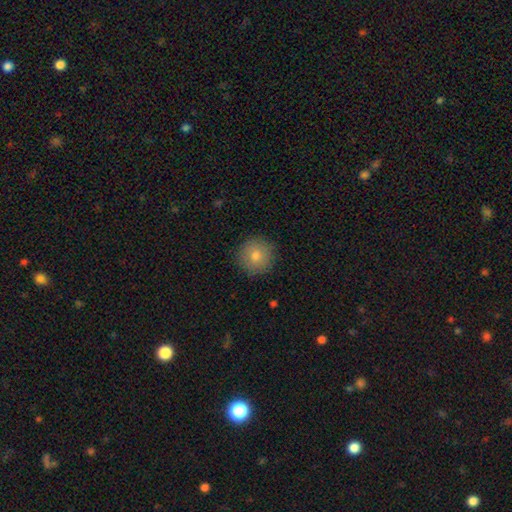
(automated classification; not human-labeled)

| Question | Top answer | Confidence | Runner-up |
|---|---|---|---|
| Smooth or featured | smooth | 79% | featured or disk (11%) |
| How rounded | round | 96% | in between (3%) |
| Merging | none | 91% | minor disturbance (6%) |